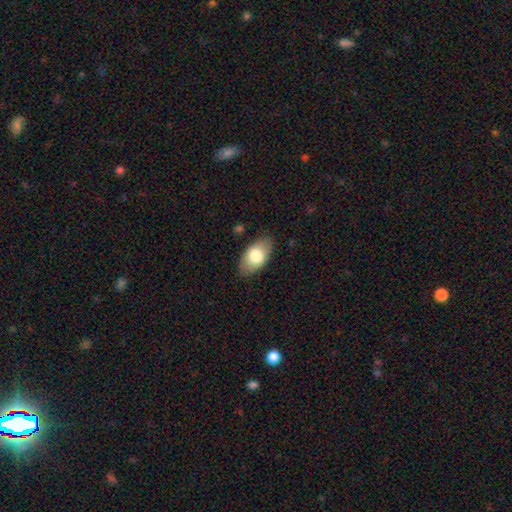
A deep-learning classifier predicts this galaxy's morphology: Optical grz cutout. It shows a smooth galaxy with no disk features (76%) that is in between round and cigar-shaped (93%). Merging: none (82%).